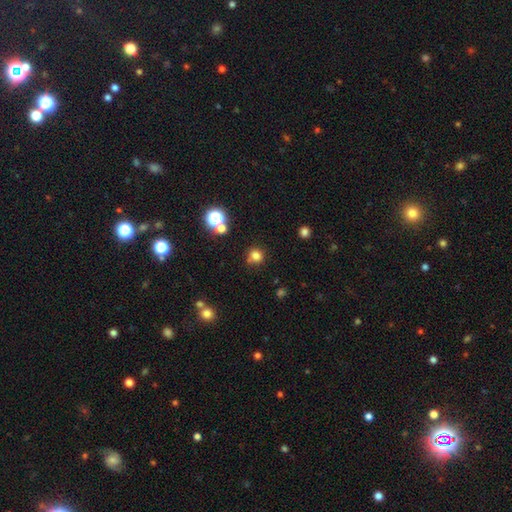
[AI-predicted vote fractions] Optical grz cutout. It shows a smooth galaxy with no disk features (77%) that is round (89%). Merging: none (76%).